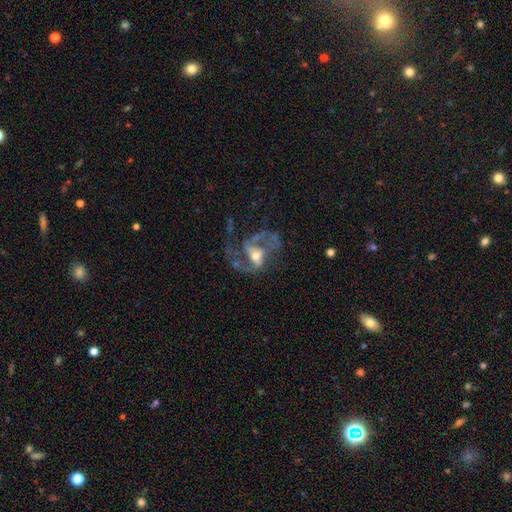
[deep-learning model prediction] Morphology: type=featured or disk (84%); edge-on=no (97%); bar=weak (40%); spiral arms=yes (90%); winding=loose (49%); arm count=2 (71%); bulge=moderate (57%); merging=none (41%).